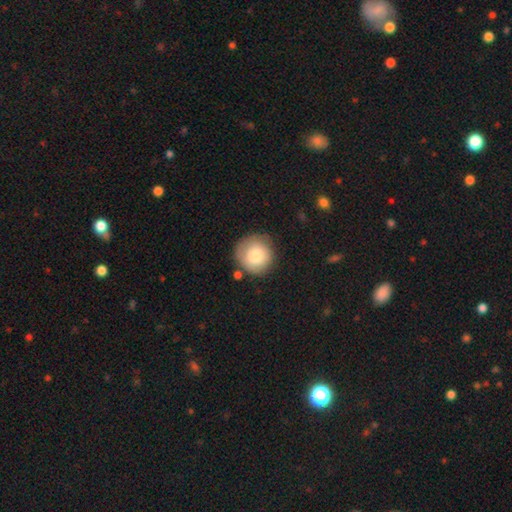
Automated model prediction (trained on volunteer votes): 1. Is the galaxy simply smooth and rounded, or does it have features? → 80% smooth, 13% featured or disk, 7% star or artifact.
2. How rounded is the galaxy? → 94% round, 5% in between, 1% cigar-shaped.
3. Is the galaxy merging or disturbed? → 74% none, 16% minor disturbance, 5% merger, 5% major disturbance.